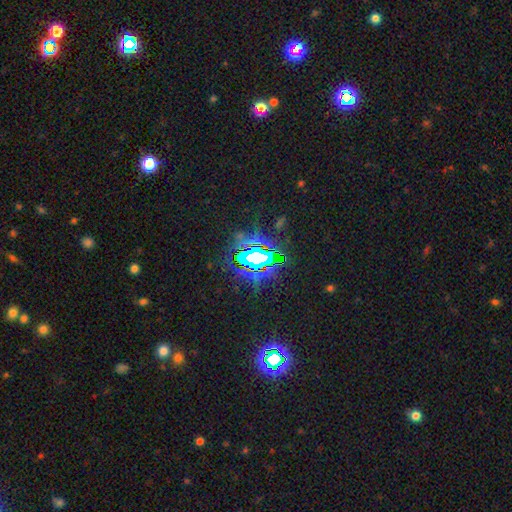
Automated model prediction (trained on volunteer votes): Smooth or featured?
  - star or artifact: 75% *
  - featured or disk: 13%
  - smooth: 12%